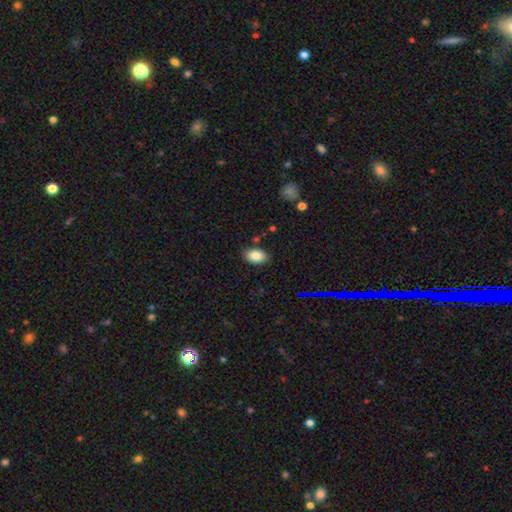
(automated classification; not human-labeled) Smooth or featured: smooth — 85% (star or artifact — 9%)
How rounded: in between — 87% (round — 12%)
Merging: none — 85% (minor disturbance — 11%)